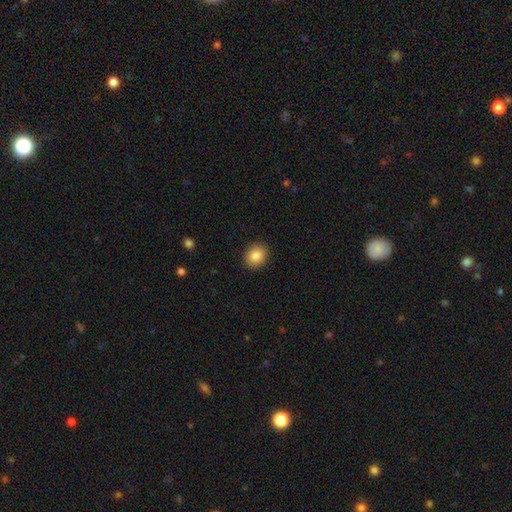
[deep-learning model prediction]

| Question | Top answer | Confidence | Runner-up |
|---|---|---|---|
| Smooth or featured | smooth | 86% | star or artifact (9%) |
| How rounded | round | 64% | in between (35%) |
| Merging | none | 90% | minor disturbance (7%) |